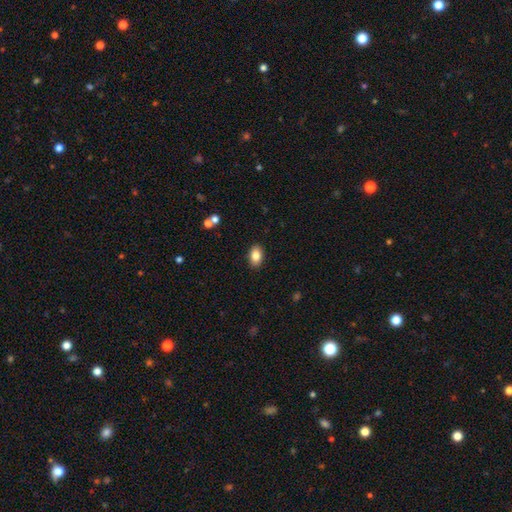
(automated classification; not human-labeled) Smooth or featured: smooth — 84% (star or artifact — 8%)
How rounded: in between — 88% (round — 11%)
Merging: none — 89% (minor disturbance — 8%)